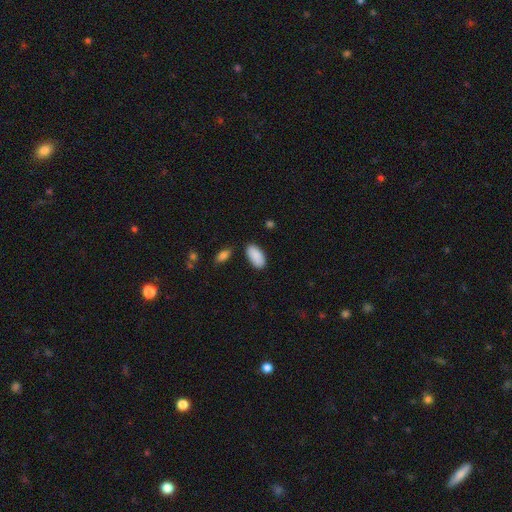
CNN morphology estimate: Q: Smooth or featured?
A: smooth (90%); runner-up: star or artifact (6%)
Q: How rounded?
A: in between (94%); runner-up: cigar-shaped (4%)
Q: Merging?
A: none (82%); runner-up: minor disturbance (12%)